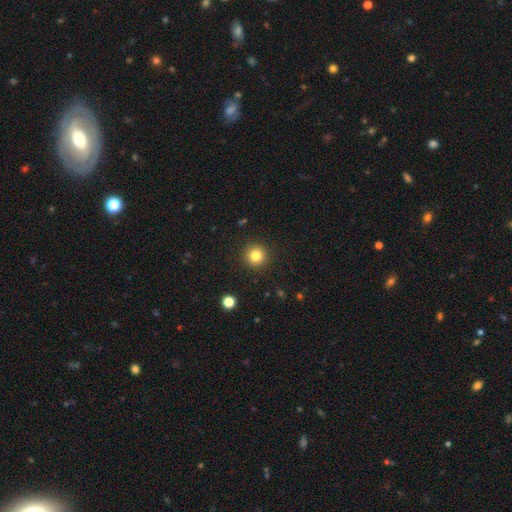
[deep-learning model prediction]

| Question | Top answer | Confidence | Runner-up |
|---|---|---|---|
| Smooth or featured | smooth | 82% | star or artifact (12%) |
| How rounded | round | 95% | in between (4%) |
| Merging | none | 91% | minor disturbance (5%) |